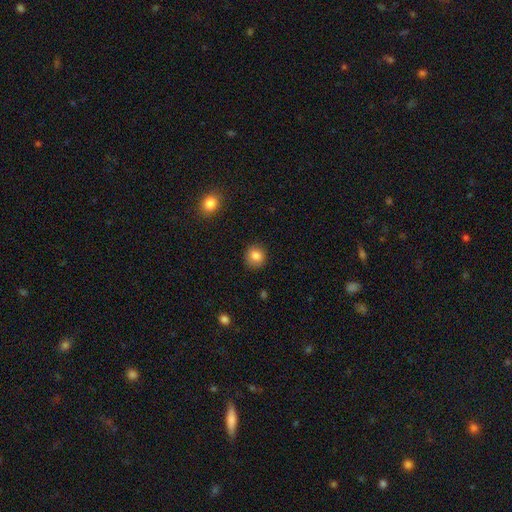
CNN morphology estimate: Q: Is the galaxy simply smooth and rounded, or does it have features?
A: smooth — 85%.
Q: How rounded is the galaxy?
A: round — 87%.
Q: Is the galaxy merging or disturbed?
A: none — 89%.